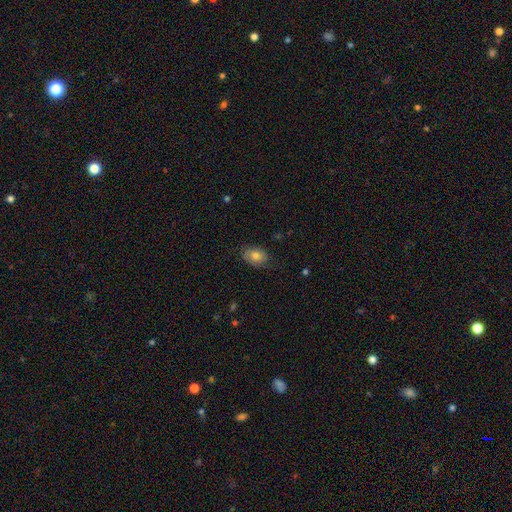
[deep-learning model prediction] Overall: smooth (70%). How rounded: in between (81%). Merging: none (69%).